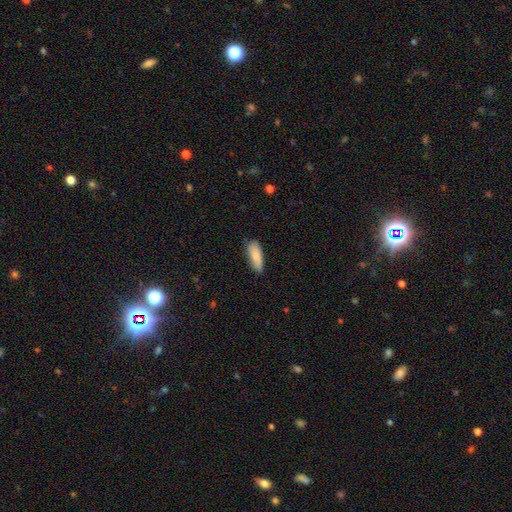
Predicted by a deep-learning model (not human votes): A smooth galaxy with no disk features (83%) that is in between round and cigar-shaped (72%). Merging: none (79%).